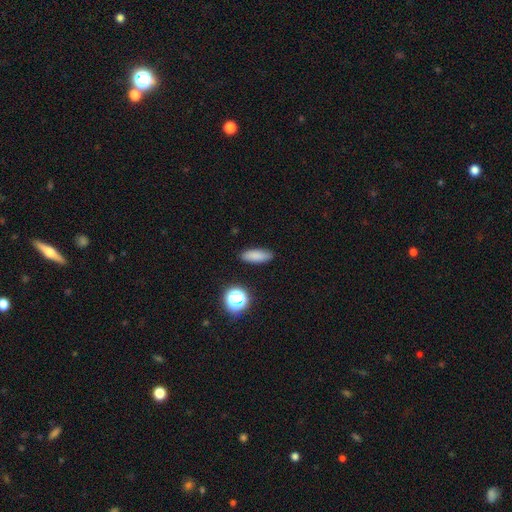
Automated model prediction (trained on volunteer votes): A smooth galaxy with no disk features (81%) that is in between round and cigar-shaped (62%).

Vote fractions:
- Smooth or featured? smooth: 81% / star or artifact: 11% / featured or disk: 8%
- How rounded? in between: 62% / cigar-shaped: 33% / round: 5%
- Merging? none: 87% / minor disturbance: 9% / major disturbance: 2% / merger: 2%